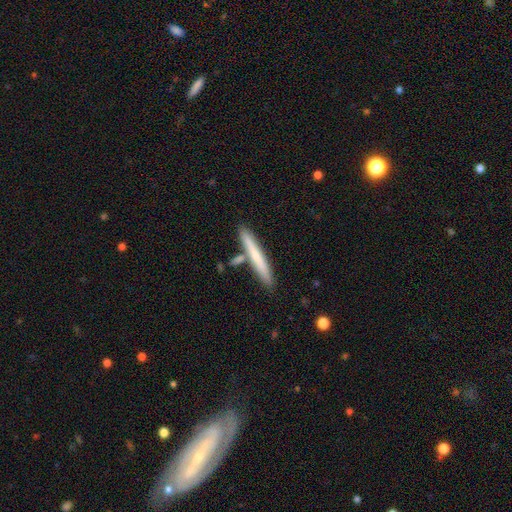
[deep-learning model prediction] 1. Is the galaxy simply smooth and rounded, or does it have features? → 64% smooth, 31% featured or disk, 5% star or artifact.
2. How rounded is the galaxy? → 96% cigar-shaped, 3% in between, 1% round.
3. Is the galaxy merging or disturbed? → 80% none, 11% minor disturbance, 7% merger, 2% major disturbance.